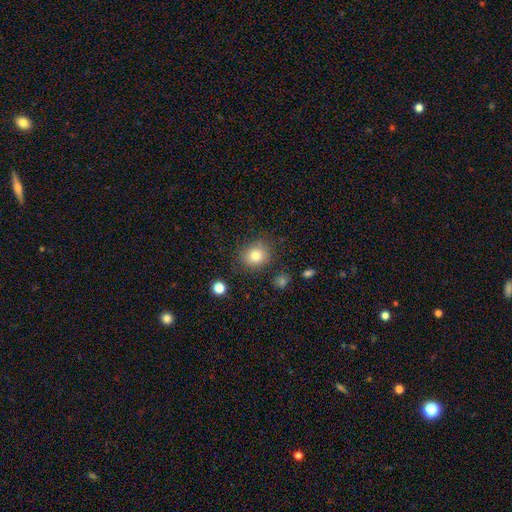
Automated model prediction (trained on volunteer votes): The model was most divided on "how rounded": round: 77%, in between: 22%, cigar-shaped: 1%. More confident: merging — none (82%); smooth or featured — smooth (81%).